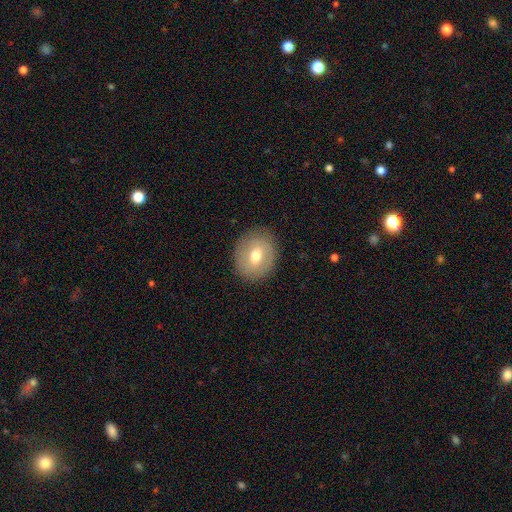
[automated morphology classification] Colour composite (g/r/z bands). It shows a smooth galaxy with no disk features (63%) that is round (65%). Merging: none (86%).